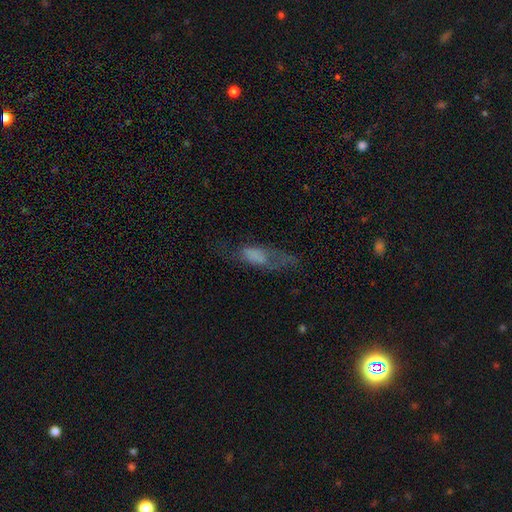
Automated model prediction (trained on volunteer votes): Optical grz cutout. It shows a smooth galaxy with no disk features (51%) that is in between round and cigar-shaped (61%). Merging: none (38%).